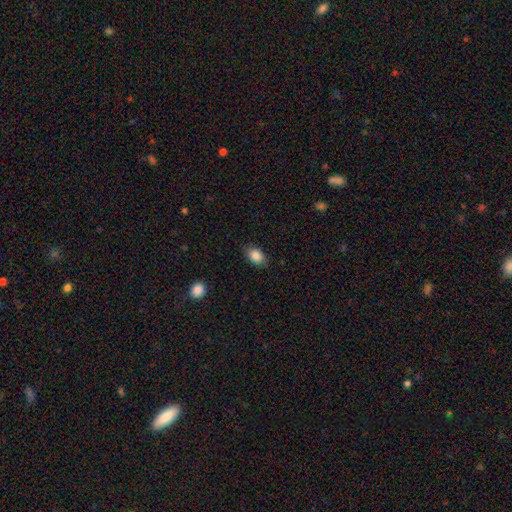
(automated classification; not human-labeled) Q: Smooth or featured?
A: smooth (86%); runner-up: star or artifact (8%)
Q: How rounded?
A: in between (84%); runner-up: round (14%)
Q: Merging?
A: none (83%); runner-up: minor disturbance (13%)